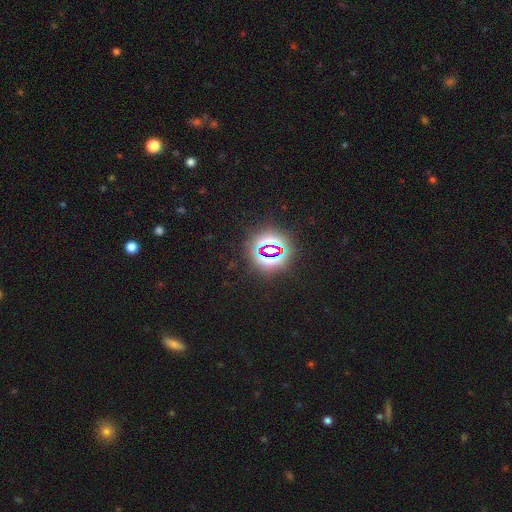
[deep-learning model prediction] This appears to be a star or artifact, not a galaxy (79%).